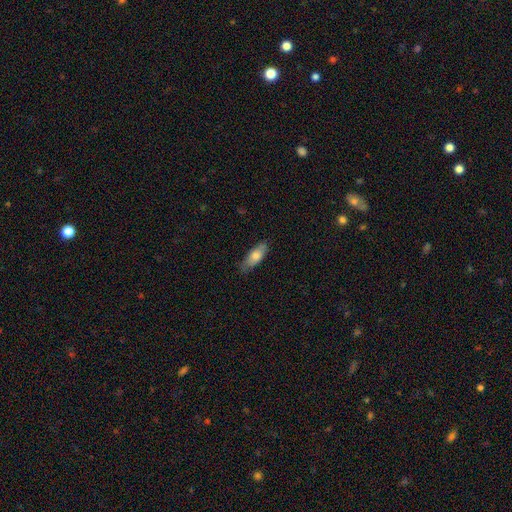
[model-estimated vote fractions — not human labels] A smooth galaxy with no disk features (73%) that is in between round and cigar-shaped (69%).

Vote fractions:
- Smooth or featured? smooth: 73% / featured or disk: 21% / star or artifact: 6%
- How rounded? in between: 69% / cigar-shaped: 29% / round: 2%
- Merging? none: 77% / minor disturbance: 19% / major disturbance: 3% / merger: 1%